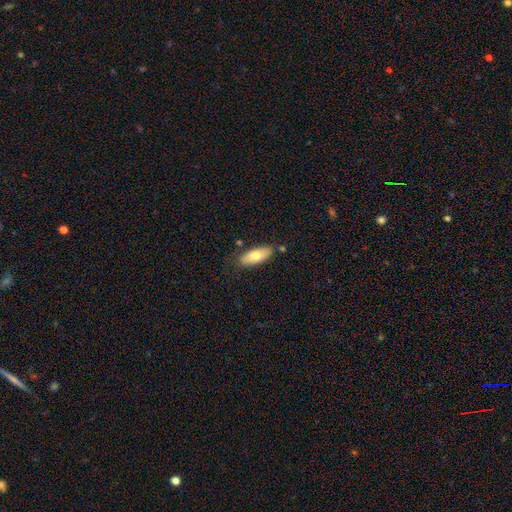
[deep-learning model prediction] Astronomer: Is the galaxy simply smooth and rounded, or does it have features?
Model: smooth — 73%.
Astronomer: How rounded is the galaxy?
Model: in between — 79%.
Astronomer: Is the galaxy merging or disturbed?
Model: none — 76%.